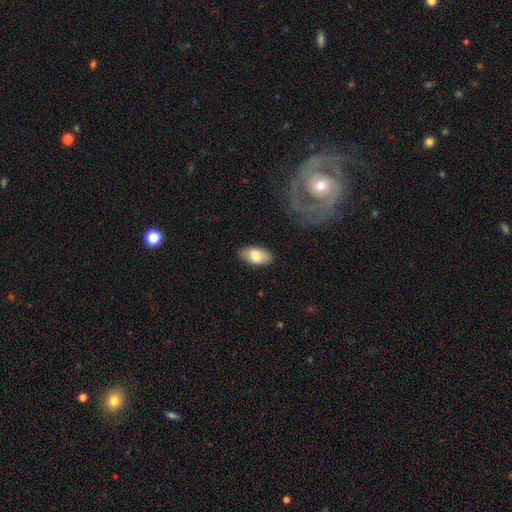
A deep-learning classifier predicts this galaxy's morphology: Q: Smooth or featured?
A: smooth (80%); runner-up: featured or disk (14%)
Q: How rounded?
A: in between (94%); runner-up: round (4%)
Q: Merging?
A: none (85%); runner-up: minor disturbance (11%)